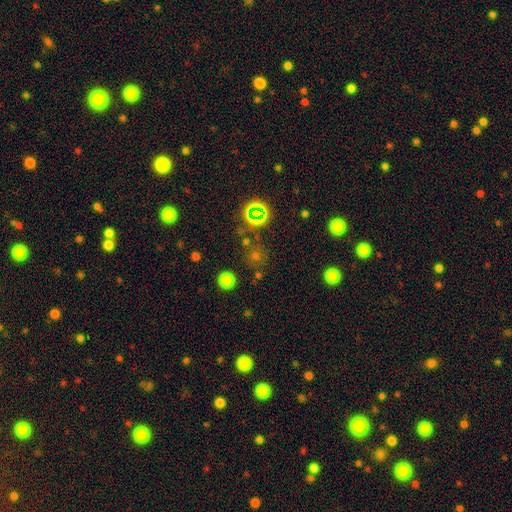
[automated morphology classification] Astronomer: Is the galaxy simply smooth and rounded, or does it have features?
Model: smooth — 48% (runner-up: star or artifact, 42%).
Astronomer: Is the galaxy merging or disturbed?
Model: none — 76%.